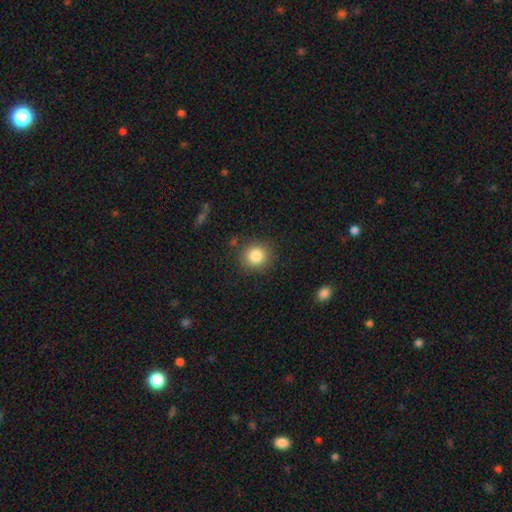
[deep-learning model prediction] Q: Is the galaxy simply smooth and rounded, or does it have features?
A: smooth — 84%.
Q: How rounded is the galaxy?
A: round — 87%.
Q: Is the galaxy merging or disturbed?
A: none — 86%.